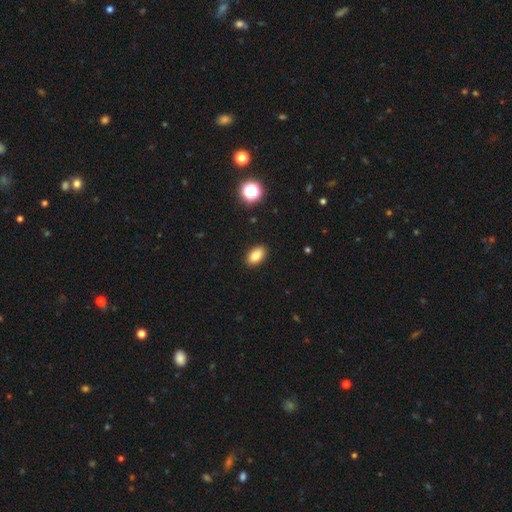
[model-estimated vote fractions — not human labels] Smooth or featured? smooth (84%)
How rounded? in between (90%)
Merging? none (89%)